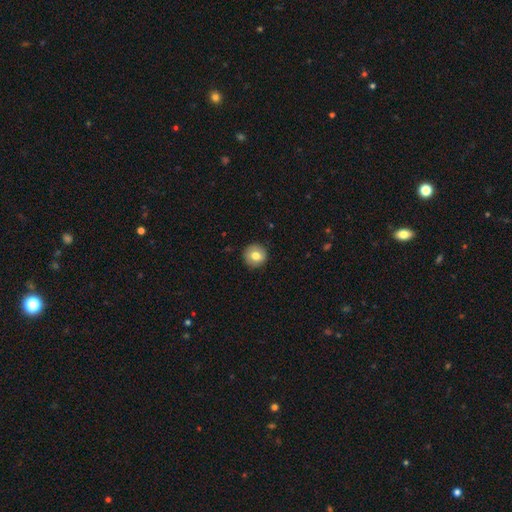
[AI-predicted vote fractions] Morphology: type=smooth (75%); roundness=round (93%); merging=none (89%).